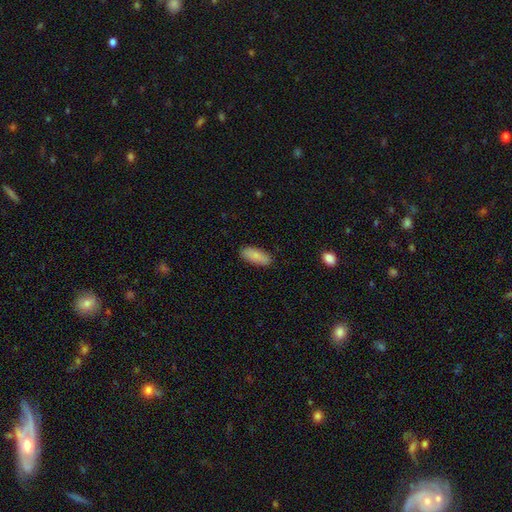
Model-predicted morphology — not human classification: This is clearly a smooth galaxy (85%). How rounded: clearly in between (80%). Merging: clearly none (88%).